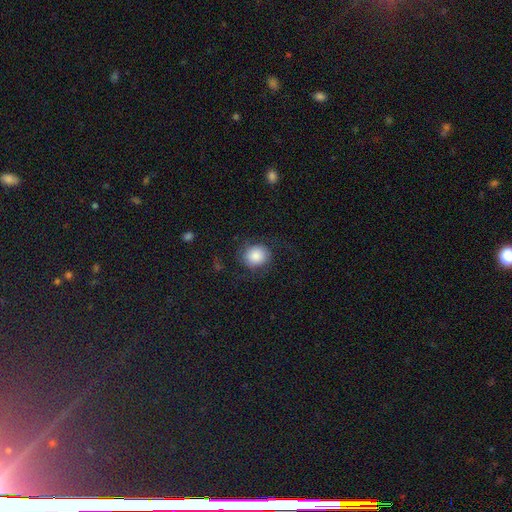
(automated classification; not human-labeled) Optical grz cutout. It shows a smooth galaxy with no disk features (71%) that is round (80%). Merging: none (72%).